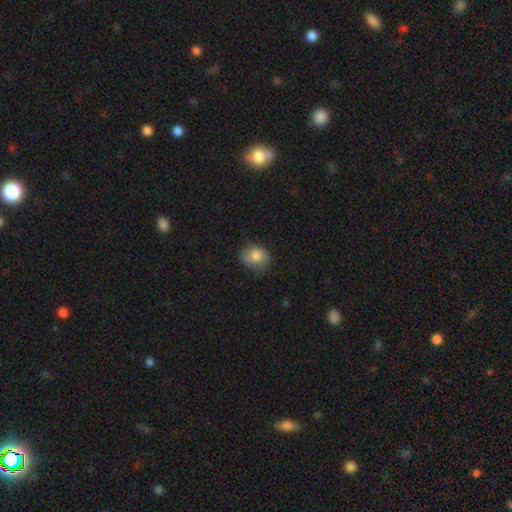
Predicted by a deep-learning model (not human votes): Morphology: type=smooth (81%); roundness=round (53%); merging=none (71%).